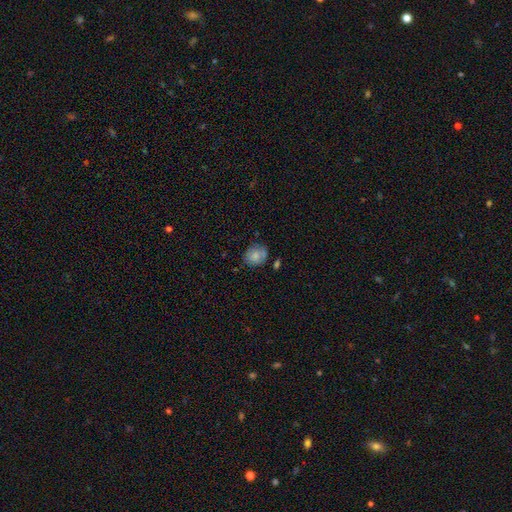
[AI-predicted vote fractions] Morphology: type=smooth (80%); roundness=round (60%); merging=none (67%).